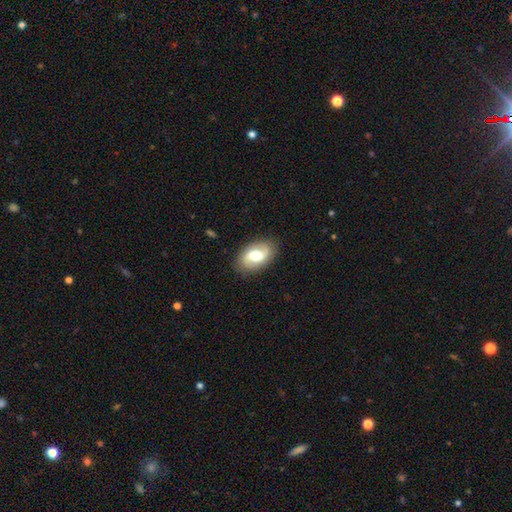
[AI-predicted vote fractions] This appears to be a featured or disk galaxy (55%) with a weak bar (46%), spiral arms (81%) and a moderate central bulge (62%). Merging: none (85%).